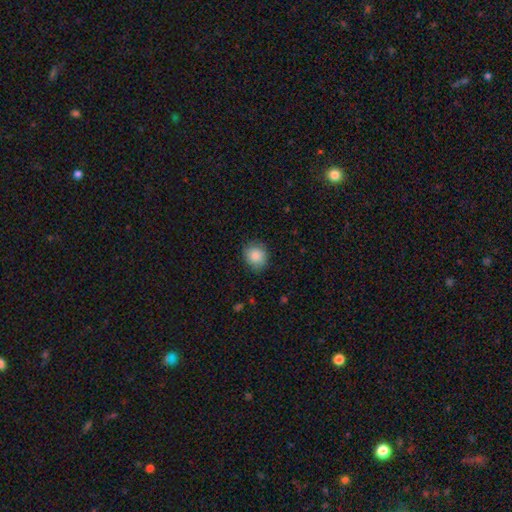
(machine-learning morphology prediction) A smooth galaxy with no disk features (87%) that is round (73%).

Vote fractions:
- Smooth or featured? smooth: 87% / star or artifact: 8% / featured or disk: 5%
- How rounded? round: 73% / in between: 26% / cigar-shaped: 1%
- Merging? none: 84% / minor disturbance: 12% / major disturbance: 3% / merger: 1%